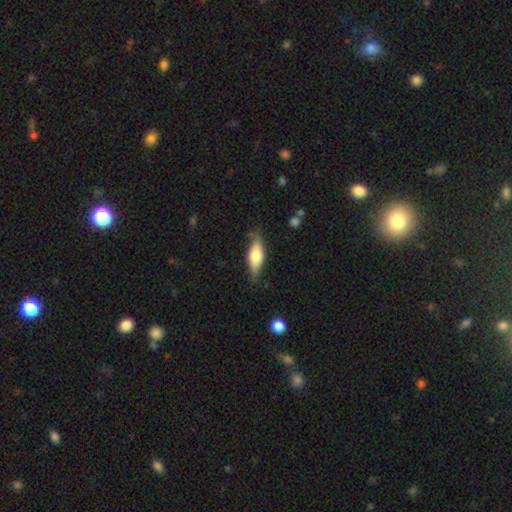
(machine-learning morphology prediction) smooth-or-featured: smooth: 63% | featured or disk: 31% | star or artifact: 6%
  how-rounded: in between: 64% | cigar-shaped: 33% | round: 3%
  merging: none: 74% | minor disturbance: 20% | major disturbance: 4% | merger: 2%